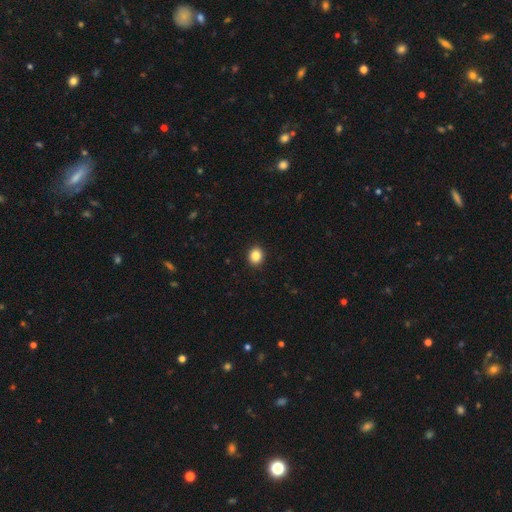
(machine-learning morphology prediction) This is clearly a smooth galaxy (87%). How rounded: likely round (71%). Merging: clearly none (92%).